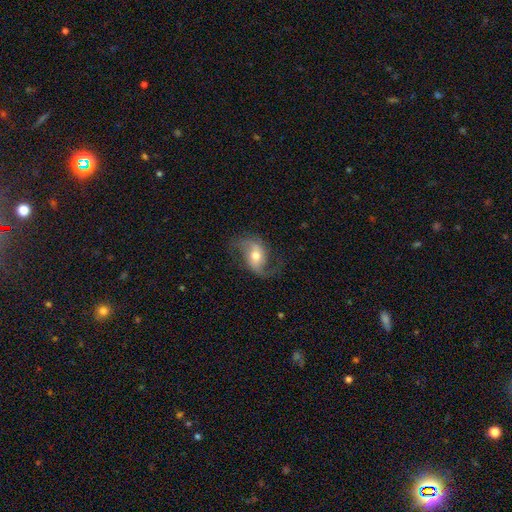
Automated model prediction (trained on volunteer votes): Smooth or featured? Predicted: featured or disk (p=0.78). Edge-on disk? Predicted: no (p=0.96). Bar? Predicted: weak (p=0.41). Spiral arms? Predicted: yes (p=0.93). Spiral winding? Predicted: loose (p=0.64). Spiral arm count? Predicted: 2 (p=0.90). Bulge size? Predicted: moderate (p=0.68). Merging? Predicted: none (p=0.70).